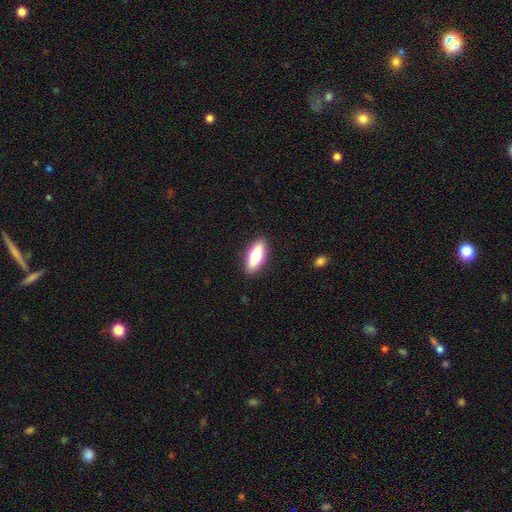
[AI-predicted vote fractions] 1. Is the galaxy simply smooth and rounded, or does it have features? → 73% smooth, 21% featured or disk, 6% star or artifact.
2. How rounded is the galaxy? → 66% in between, 32% cigar-shaped, 2% round.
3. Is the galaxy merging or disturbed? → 89% none, 8% minor disturbance, 2% major disturbance, 1% merger.